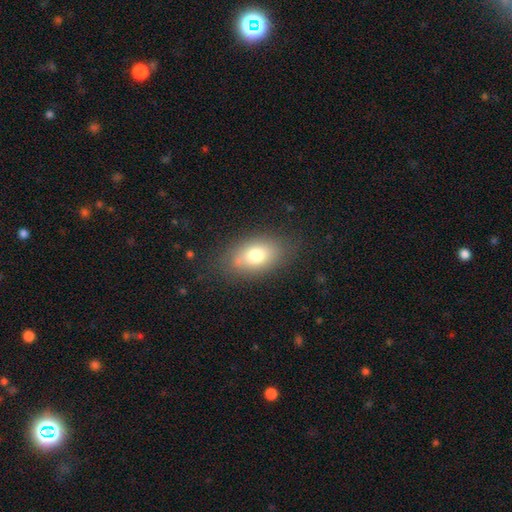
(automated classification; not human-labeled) smooth 74%, featured or disk 16%, star or artifact 10%. Down the decision tree: how rounded — in between (85%); merging — none (78%).